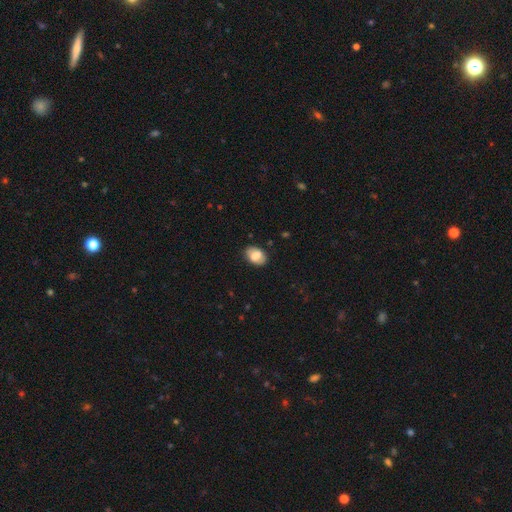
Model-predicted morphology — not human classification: This is likely a smooth galaxy (73%). How rounded: clearly in between (84%). Merging: clearly none (82%).